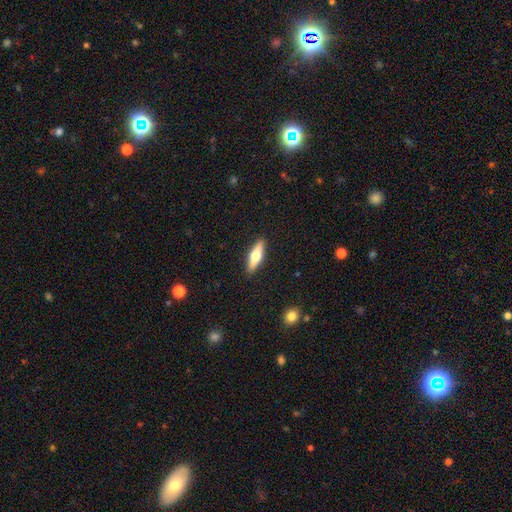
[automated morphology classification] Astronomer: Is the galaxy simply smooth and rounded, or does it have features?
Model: smooth — 48% (runner-up: featured or disk, 46%).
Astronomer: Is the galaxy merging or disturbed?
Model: none — 91%.